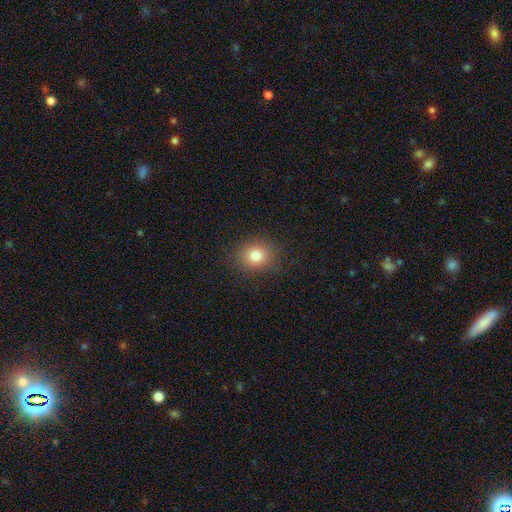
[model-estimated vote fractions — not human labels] Morphology: type=smooth (81%); roundness=round (71%); merging=none (87%).